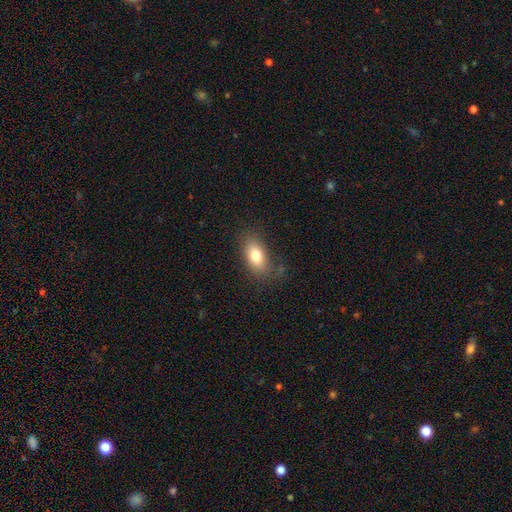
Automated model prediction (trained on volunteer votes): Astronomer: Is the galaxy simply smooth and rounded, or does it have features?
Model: smooth — 78%.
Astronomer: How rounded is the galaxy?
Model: in between — 88%.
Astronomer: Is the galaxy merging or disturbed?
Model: none — 76%.